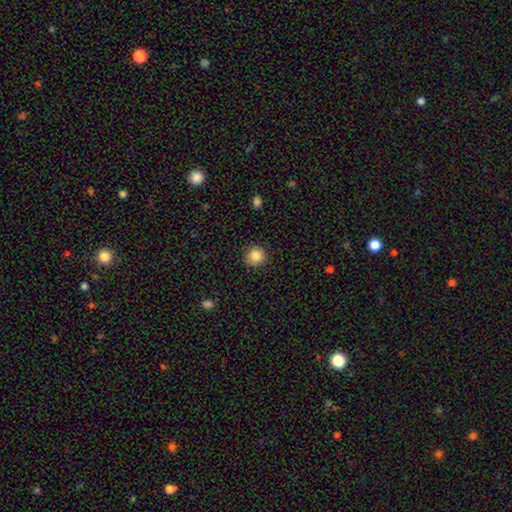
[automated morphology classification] This is clearly a smooth galaxy (85%). How rounded: clearly round (92%). Merging: clearly none (87%).